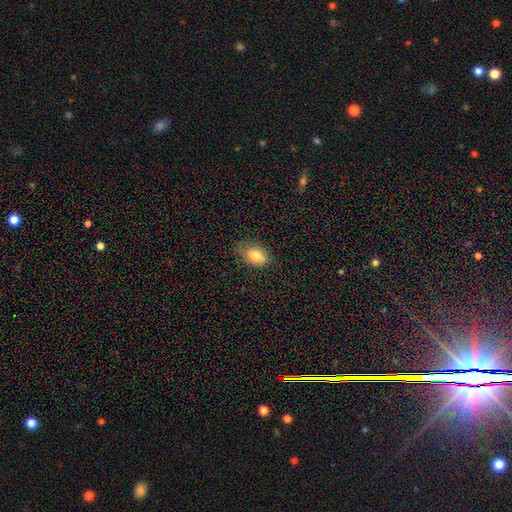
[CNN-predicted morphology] Smooth or featured? Predicted: smooth (p=0.79). How rounded? Predicted: in between (p=0.84). Merging? Predicted: none (p=0.68).